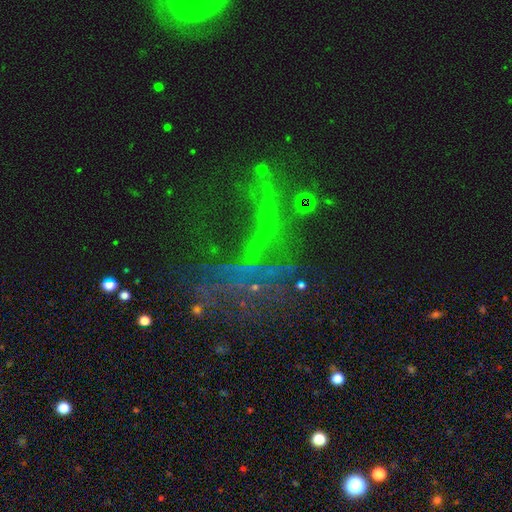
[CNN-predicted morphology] This appears to be a star or artifact, not a galaxy (50%).